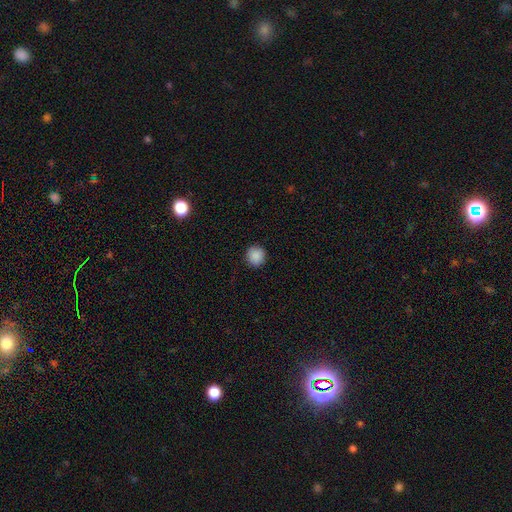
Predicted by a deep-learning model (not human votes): Overall: smooth (89%). How rounded: round (93%). Merging: none (91%).